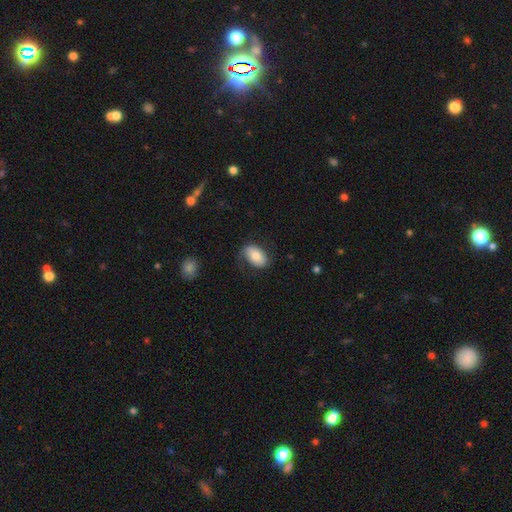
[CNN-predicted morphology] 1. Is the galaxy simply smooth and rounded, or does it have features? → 71% smooth, 22% featured or disk, 7% star or artifact.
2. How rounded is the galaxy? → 92% in between, 6% round, 2% cigar-shaped.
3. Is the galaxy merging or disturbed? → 63% none, 23% minor disturbance, 13% major disturbance, 2% merger.